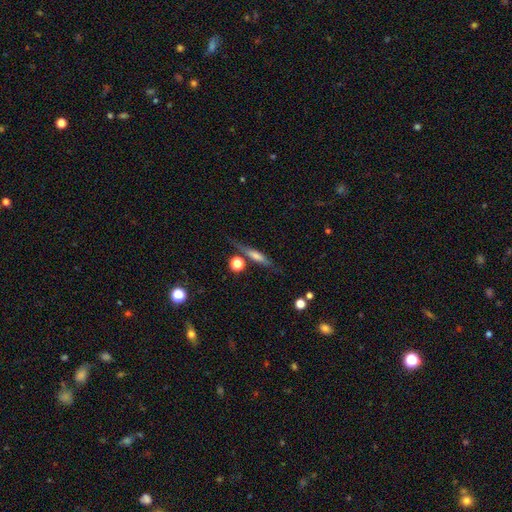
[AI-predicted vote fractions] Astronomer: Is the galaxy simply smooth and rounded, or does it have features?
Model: featured or disk — 50% (runner-up: smooth, 40%).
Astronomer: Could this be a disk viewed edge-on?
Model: yes — 90%.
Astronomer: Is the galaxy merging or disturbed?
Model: none — 74%.